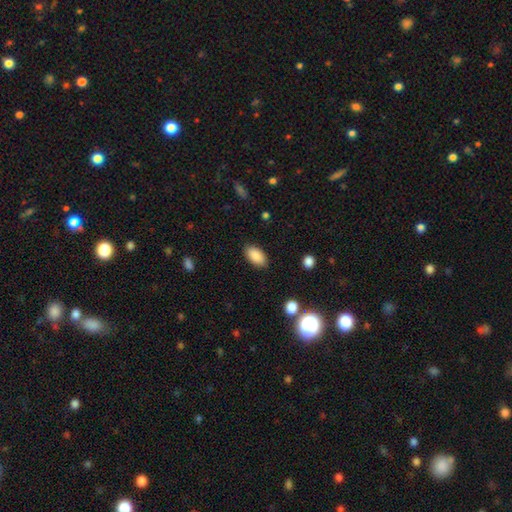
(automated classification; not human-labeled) Q: Smooth or featured?
A: smooth (88%); runner-up: star or artifact (8%)
Q: How rounded?
A: in between (93%); runner-up: round (4%)
Q: Merging?
A: none (87%); runner-up: minor disturbance (9%)